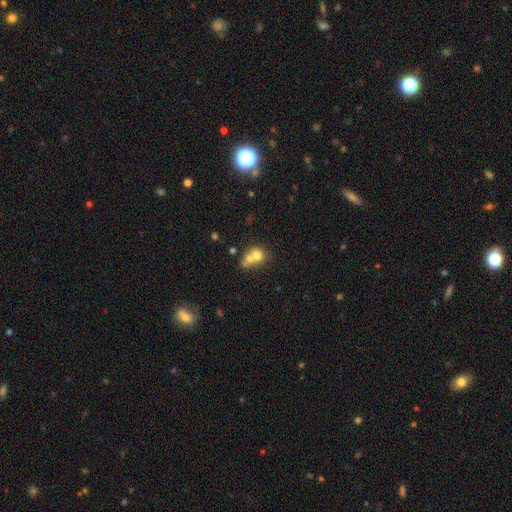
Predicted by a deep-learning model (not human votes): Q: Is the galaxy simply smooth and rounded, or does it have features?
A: smooth — 68%.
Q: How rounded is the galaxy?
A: round — 71%.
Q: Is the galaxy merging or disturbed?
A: merger — 61%.